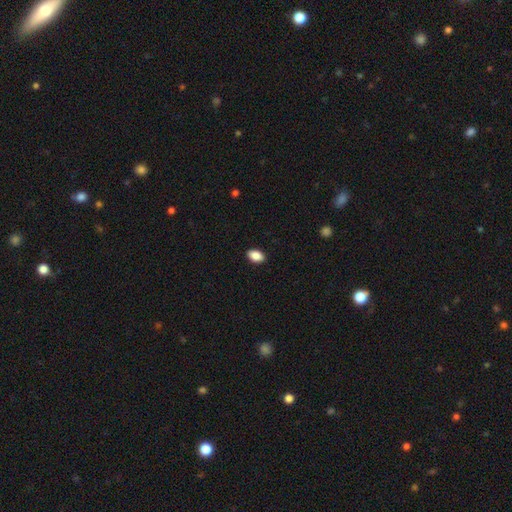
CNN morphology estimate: smooth 88%, star or artifact 8%, featured or disk 4%. Down the decision tree: how rounded — in between (90%); merging — none (90%).